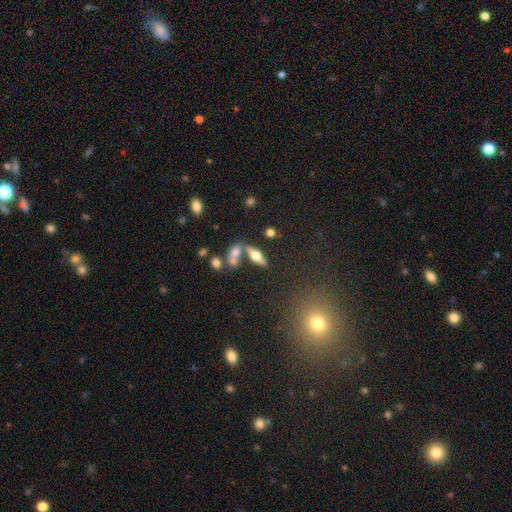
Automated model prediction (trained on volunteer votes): This appears to be a featured or disk galaxy (52%) viewed edge-on (86%). Merging: none (56%).